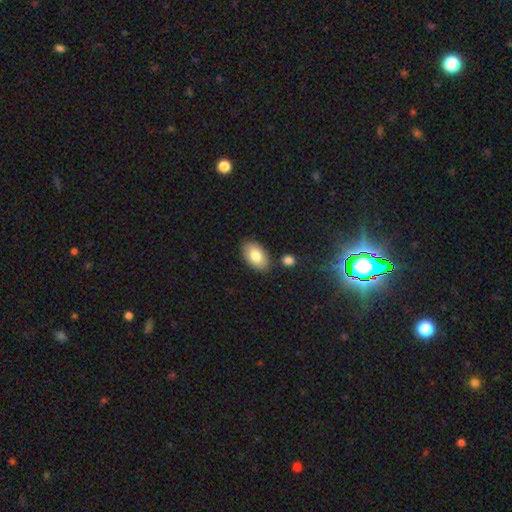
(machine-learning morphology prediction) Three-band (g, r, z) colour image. It shows a smooth galaxy with no disk features (82%) that is in between round and cigar-shaped (93%). Merging: none (84%).